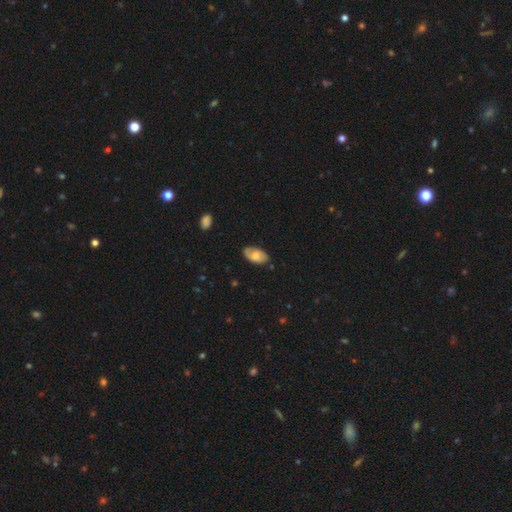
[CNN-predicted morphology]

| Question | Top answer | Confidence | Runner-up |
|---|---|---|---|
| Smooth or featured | smooth | 59% | featured or disk (35%) |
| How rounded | in between | 94% | round (4%) |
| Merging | none | 76% | minor disturbance (19%) |